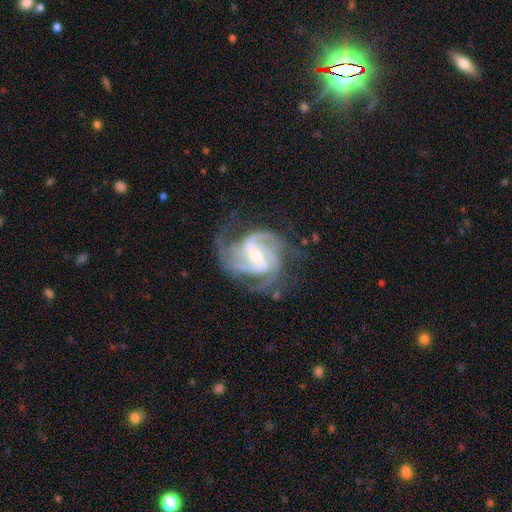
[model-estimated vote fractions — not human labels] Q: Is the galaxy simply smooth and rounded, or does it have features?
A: featured or disk — 93%.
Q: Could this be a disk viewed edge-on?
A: no — 98%.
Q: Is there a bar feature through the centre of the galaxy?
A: weak — 47%.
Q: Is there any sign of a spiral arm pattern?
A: yes — 98%.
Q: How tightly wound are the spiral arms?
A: medium — 49%.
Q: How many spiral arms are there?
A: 3 — 50%.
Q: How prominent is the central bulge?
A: small — 55%.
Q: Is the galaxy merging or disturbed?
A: none — 67%.